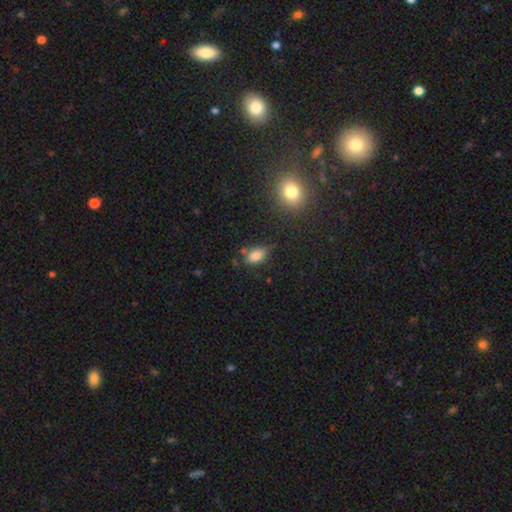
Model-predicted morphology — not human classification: Q: Smooth or featured?
A: smooth (82%); runner-up: star or artifact (11%)
Q: How rounded?
A: in between (88%); runner-up: round (9%)
Q: Merging?
A: none (72%); runner-up: minor disturbance (19%)